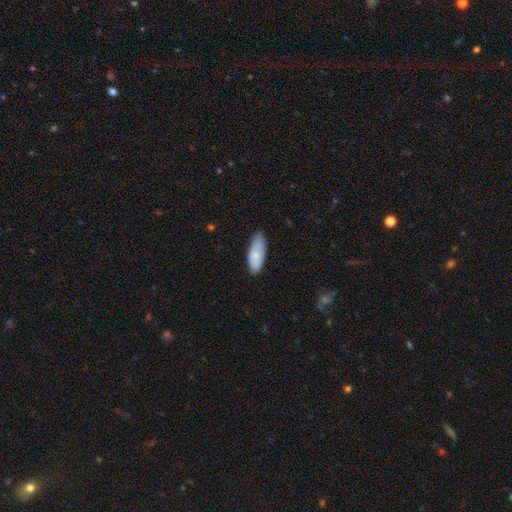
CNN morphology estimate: Smooth or featured? Predicted: smooth (p=0.80). How rounded? Predicted: in between (p=0.78). Merging? Predicted: none (p=0.67).